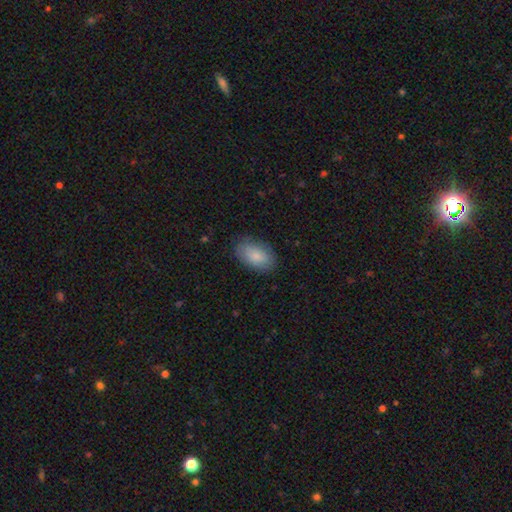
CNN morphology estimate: This appears to be a smooth galaxy with no disk features (82%) that is in between round and cigar-shaped (93%). Merging: none (82%).